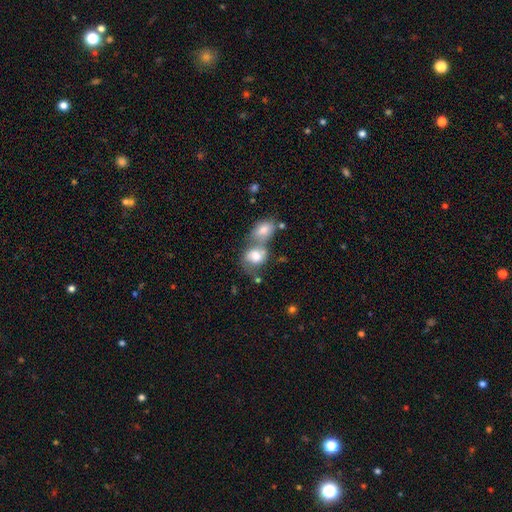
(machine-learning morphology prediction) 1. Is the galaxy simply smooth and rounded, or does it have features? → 71% smooth, 21% featured or disk, 8% star or artifact.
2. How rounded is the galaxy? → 52% in between, 47% round, 1% cigar-shaped.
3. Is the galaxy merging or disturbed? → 62% merger, 23% none, 9% minor disturbance, 6% major disturbance.